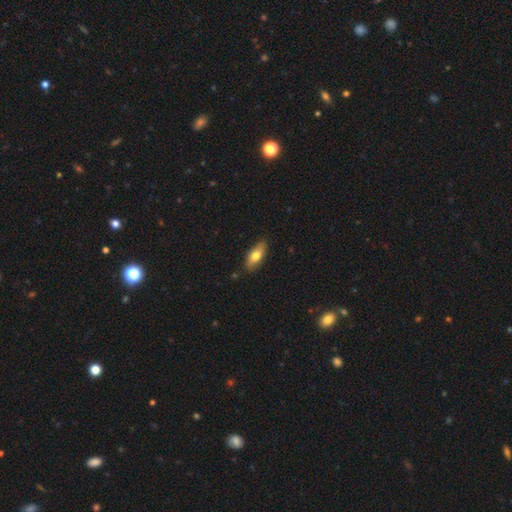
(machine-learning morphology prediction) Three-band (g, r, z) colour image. It shows a smooth galaxy with no disk features (70%) that is in between round and cigar-shaped (75%). Merging: none (86%).